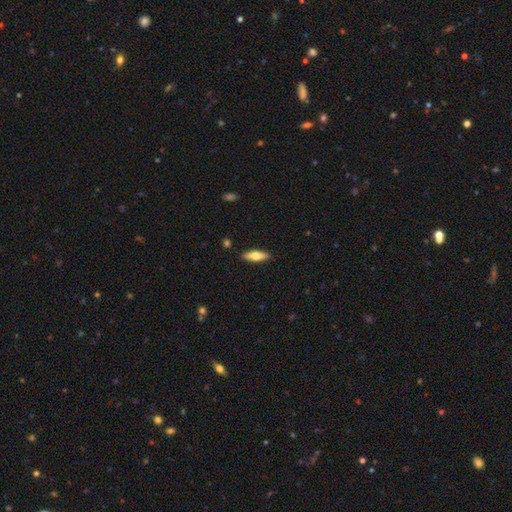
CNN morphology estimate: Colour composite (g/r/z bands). It shows a smooth galaxy with no disk features (60%) that is cigar-shaped (56%). Merging: none (90%).